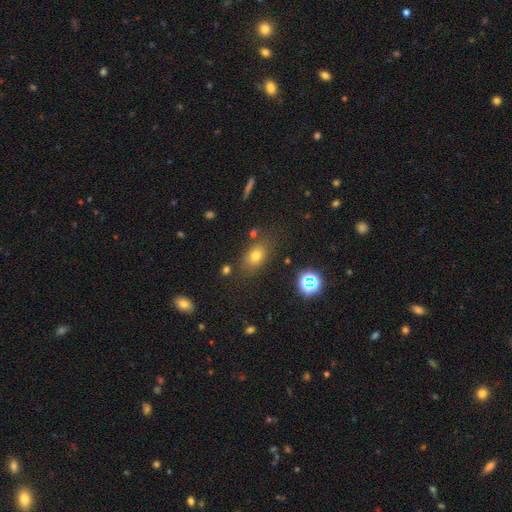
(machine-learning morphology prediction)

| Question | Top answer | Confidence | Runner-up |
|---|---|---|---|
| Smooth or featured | smooth | 70% | star or artifact (18%) |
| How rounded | in between | 69% | round (29%) |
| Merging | none | 76% | minor disturbance (14%) |